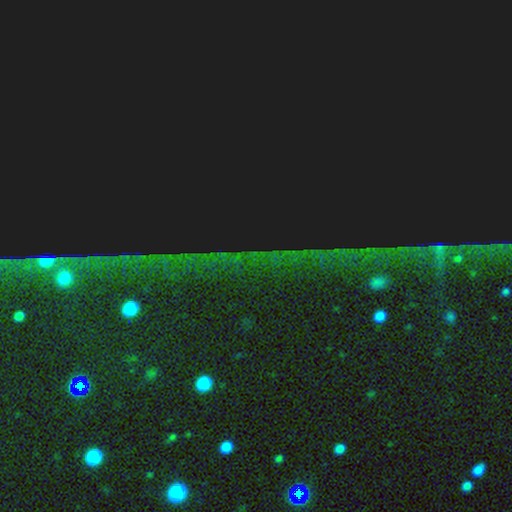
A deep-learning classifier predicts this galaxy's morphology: smooth_or_featured: star or artifact (p=0.85) [alt: smooth p=0.08]